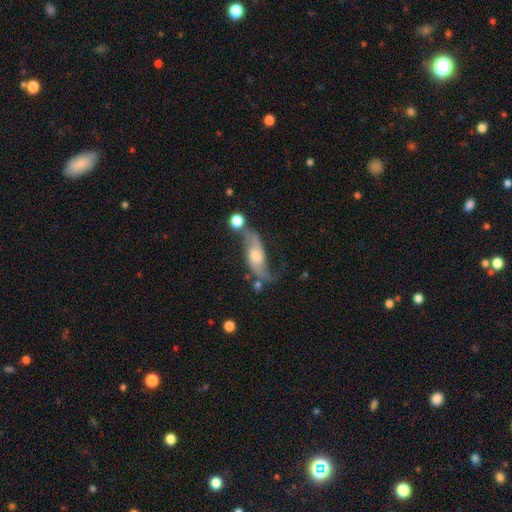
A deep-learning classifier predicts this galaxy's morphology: A featured or disk galaxy (81%) with no bar (57%), 2 (91%) loose (77%) spiral arms (94%) and a moderate central bulge (52%).

Vote fractions:
- Smooth or featured? featured or disk: 81% / smooth: 12% / star or artifact: 7%
- Edge-on disk? no: 88% / yes: 12%
- Bar? no: 57% / weak: 33% / strong: 10%
- Spiral arms? yes: 94% / no: 6%
- Spiral winding? loose: 77% / medium: 18% / tight: 5%
- Spiral arm count? 2: 91% / can't tell: 4% / 1: 3% / 3: 1% / 4: 1% / more than 4: 1%
- Bulge size? moderate: 52% / small: 31% / large: 10% / none: 5% / dominant: 2%
- Merging? none: 56% / minor disturbance: 20% / merger: 12% / major disturbance: 12%